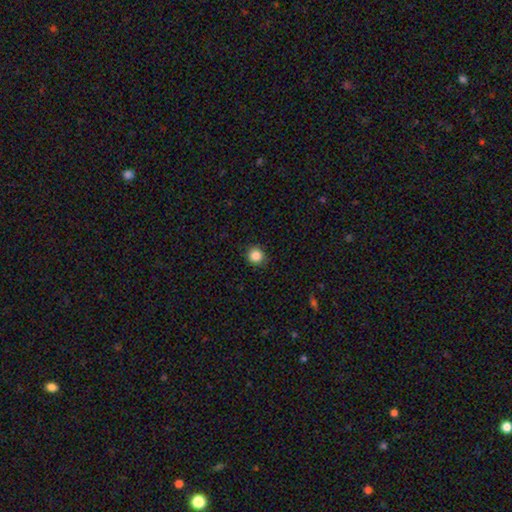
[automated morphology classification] A smooth galaxy with no disk features (85%) that is round (92%). Merging: none (90%).